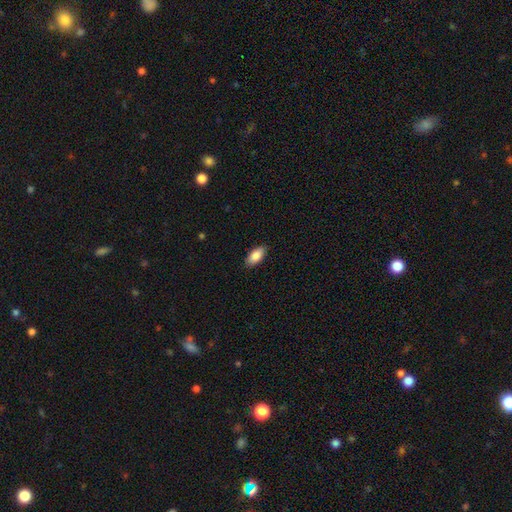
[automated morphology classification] smooth_or_featured: smooth (p=0.87) [alt: featured or disk p=0.06]
how_rounded: in between (p=0.91) [alt: cigar-shaped p=0.07]
merging: none (p=0.87) [alt: minor disturbance p=0.10]